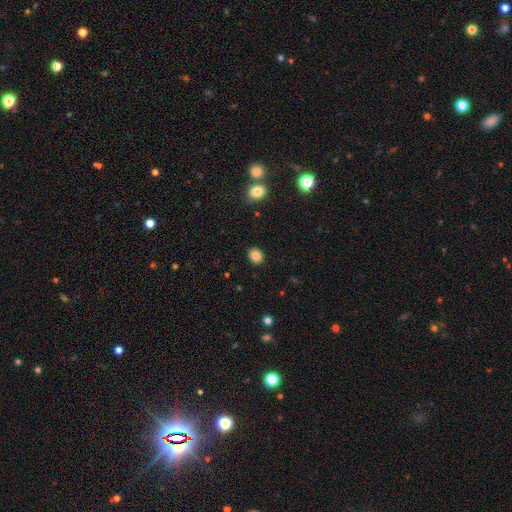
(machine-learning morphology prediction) Q: Smooth or featured?
A: smooth (85%); runner-up: star or artifact (10%)
Q: How rounded?
A: round (62%); runner-up: in between (37%)
Q: Merging?
A: none (90%); runner-up: minor disturbance (7%)